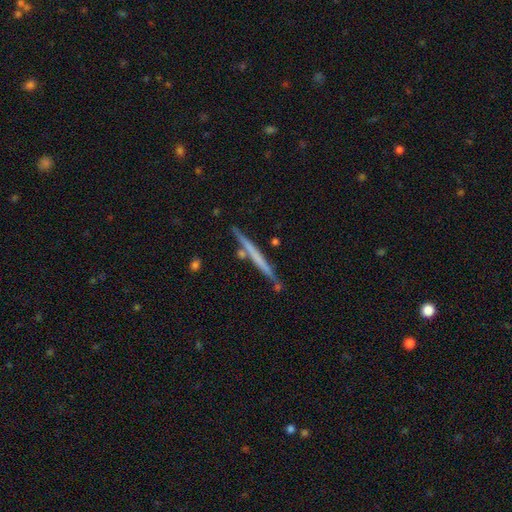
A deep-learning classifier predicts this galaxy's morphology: A featured or disk galaxy (51%) viewed edge-on (97%). Merging: none (83%).